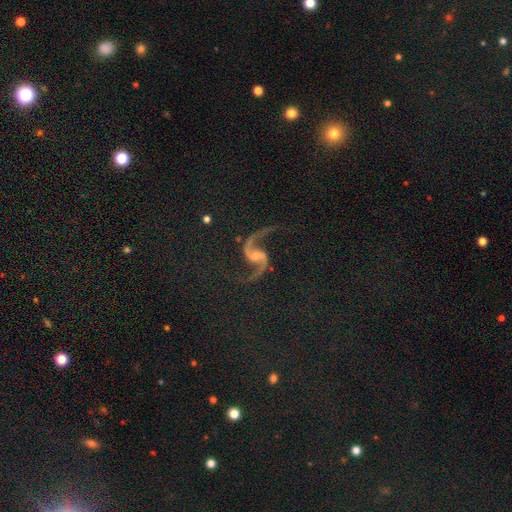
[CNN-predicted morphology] The model was most divided on "bar": no: 49%, weak: 36%, strong: 14%. More confident: spiral arms — yes (98%); edge-on disk — no (98%); spiral arm count — 2 (94%); smooth or featured — featured or disk (86%); merging — none (76%); spiral winding — loose (71%); bulge size — small (50%).